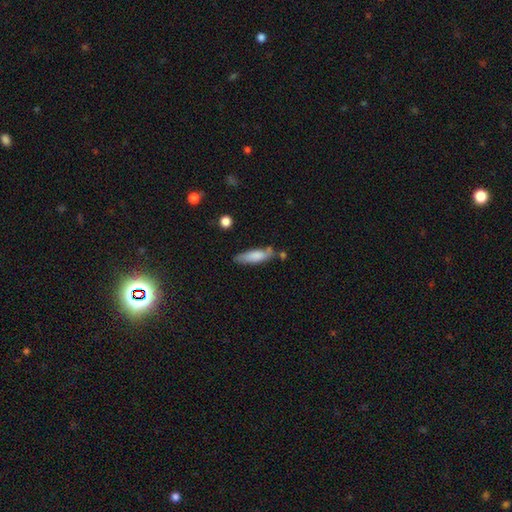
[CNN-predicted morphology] A smooth galaxy with no disk features (76%) that is cigar-shaped (56%).

Vote fractions:
- Smooth or featured? smooth: 76% / featured or disk: 18% / star or artifact: 6%
- How rounded? cigar-shaped: 56% / in between: 42% / round: 2%
- Merging? none: 62% / minor disturbance: 23% / merger: 9% / major disturbance: 6%